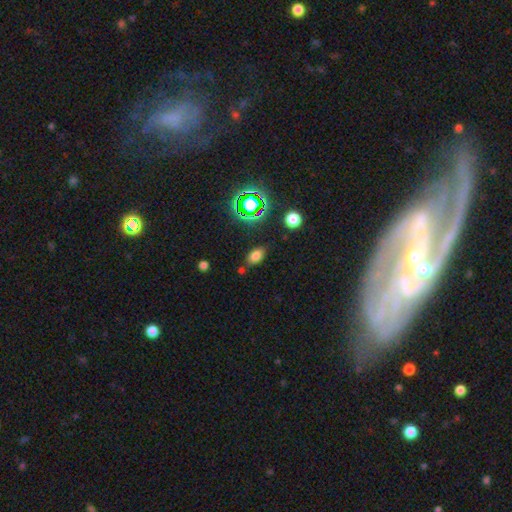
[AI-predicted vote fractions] Smooth or featured? smooth (71%)
How rounded? in between (87%)
Merging? none (77%)